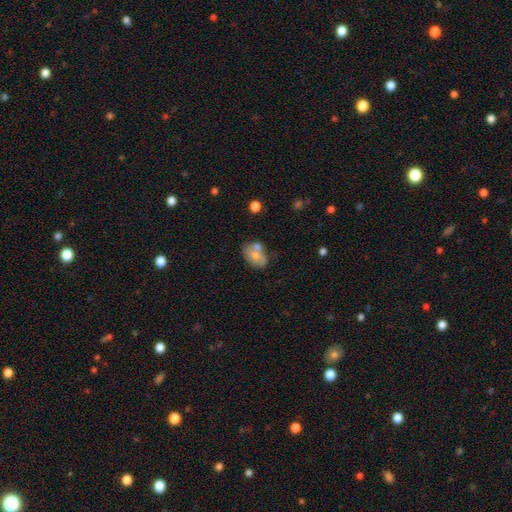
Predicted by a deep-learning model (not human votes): Smooth or featured: smooth — 62% (featured or disk — 29%)
How rounded: in between — 76% (round — 23%)
Merging: none — 41% (merger — 32%)